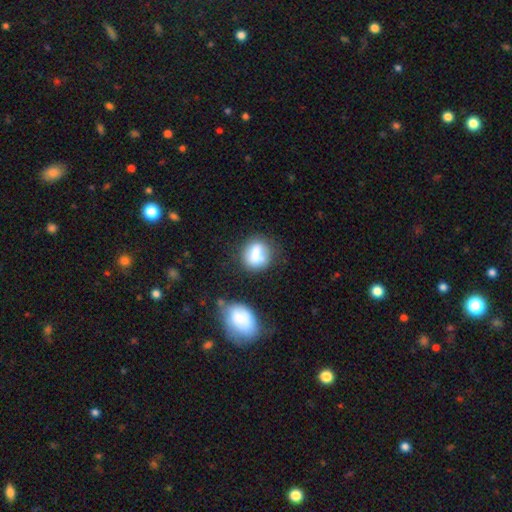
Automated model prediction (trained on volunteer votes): Morphology: type=smooth (71%); roundness=round (58%); merging=none (53%).